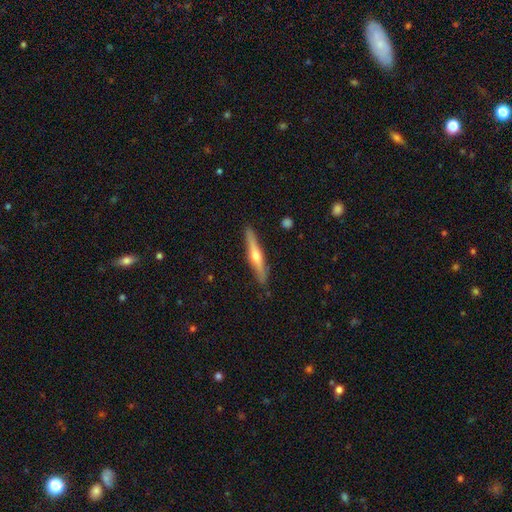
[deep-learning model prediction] smooth-or-featured: featured or disk: 66% | smooth: 28% | star or artifact: 6%
  disk-edge-on: yes: 96% | no: 4%
    edge-on-bulge: rounded: 88% | none: 9% | boxy: 4%
  merging: none: 89% | minor disturbance: 8% | major disturbance: 2% | merger: 1%